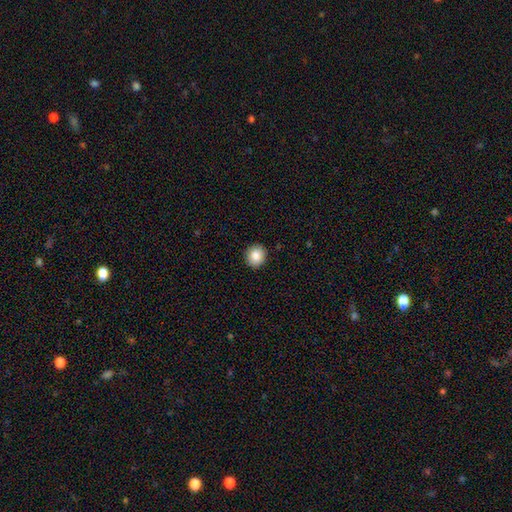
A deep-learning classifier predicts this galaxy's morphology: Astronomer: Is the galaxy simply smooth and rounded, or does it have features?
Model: smooth — 85%.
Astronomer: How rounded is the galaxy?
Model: round — 88%.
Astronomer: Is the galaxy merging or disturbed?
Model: none — 92%.